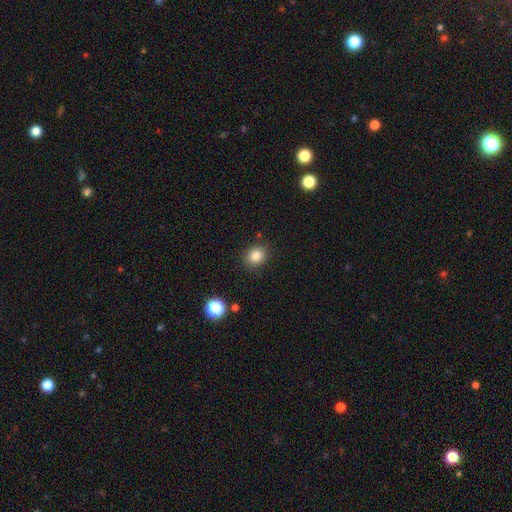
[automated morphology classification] The model was most divided on "how rounded": round: 64%, in between: 35%, cigar-shaped: 1%. More confident: merging — none (87%); smooth or featured — smooth (84%).